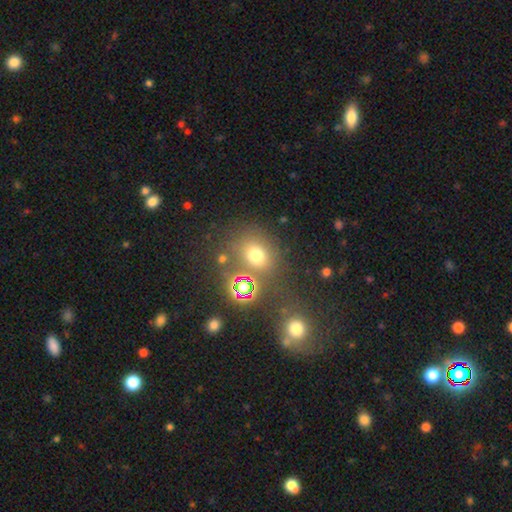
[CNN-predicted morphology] smooth_or_featured: smooth (p=0.64) [alt: star or artifact p=0.26]
how_rounded: round (p=0.68) [alt: in between p=0.31]
merging: none (p=0.70) [alt: minor disturbance p=0.12]